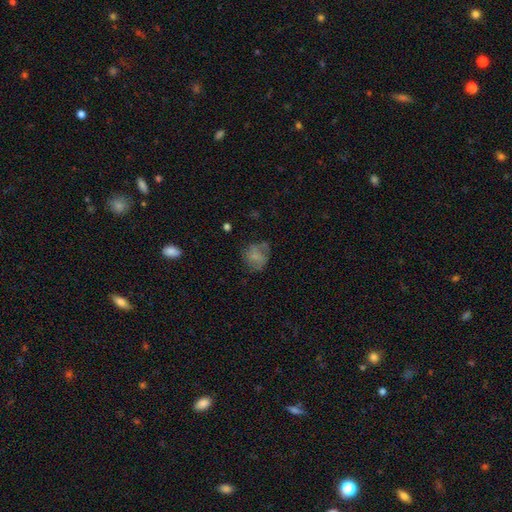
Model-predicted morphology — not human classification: Q: Smooth or featured?
A: smooth (63%); runner-up: featured or disk (26%)
Q: How rounded?
A: round (69%); runner-up: in between (30%)
Q: Merging?
A: none (54%); runner-up: minor disturbance (26%)